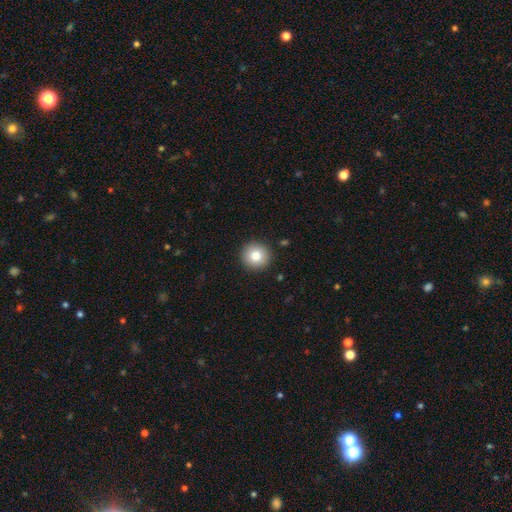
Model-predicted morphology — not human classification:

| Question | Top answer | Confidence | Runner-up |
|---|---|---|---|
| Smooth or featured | smooth | 82% | star or artifact (9%) |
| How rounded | round | 95% | in between (4%) |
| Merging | none | 92% | minor disturbance (6%) |